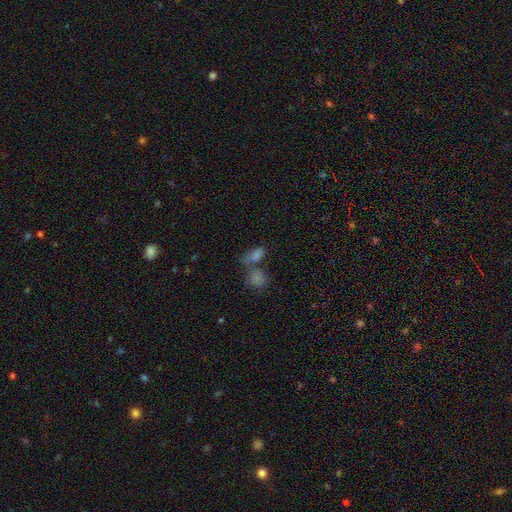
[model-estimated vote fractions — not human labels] Smooth or featured? smooth (67%)
How rounded? in between (69%)
Merging? none (42%)